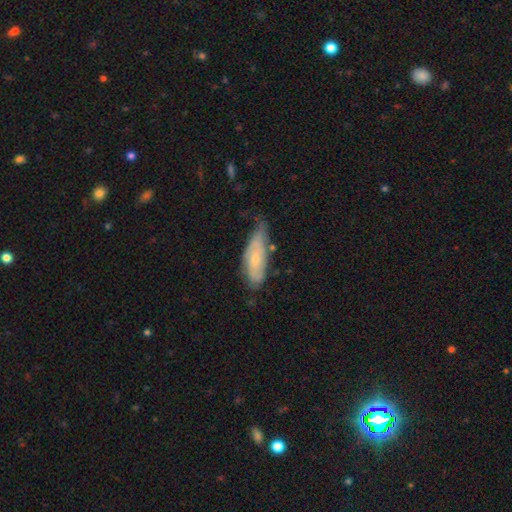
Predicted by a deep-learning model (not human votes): Morphology: type=featured or disk (48%); merging=none (47%).